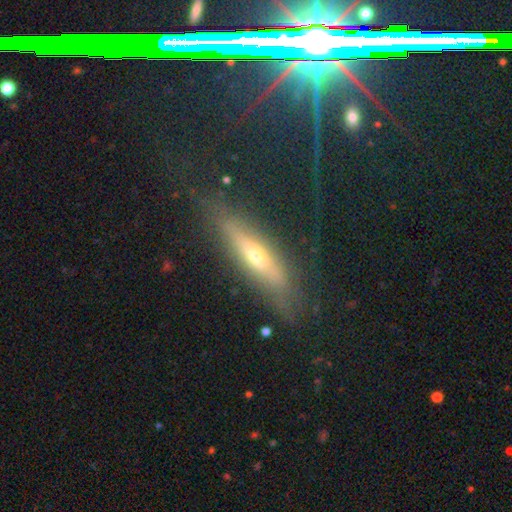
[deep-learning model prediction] featured or disk 57%, smooth 30%, star or artifact 13%. Down the decision tree: edge-on disk — yes (77%); merging — none (77%).